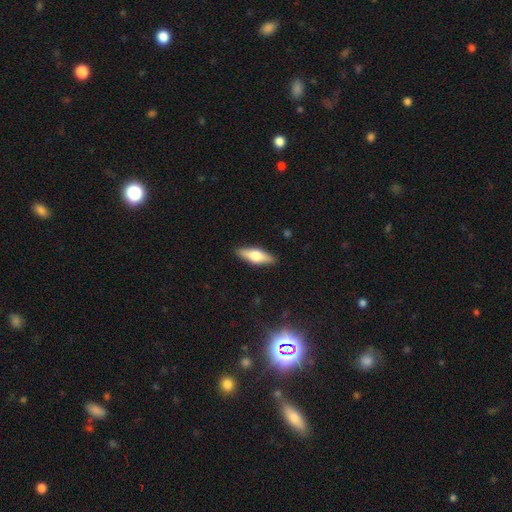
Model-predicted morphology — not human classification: Smooth or featured? Predicted: smooth (p=0.56). How rounded? Predicted: in between (p=0.53). Merging? Predicted: none (p=0.89).